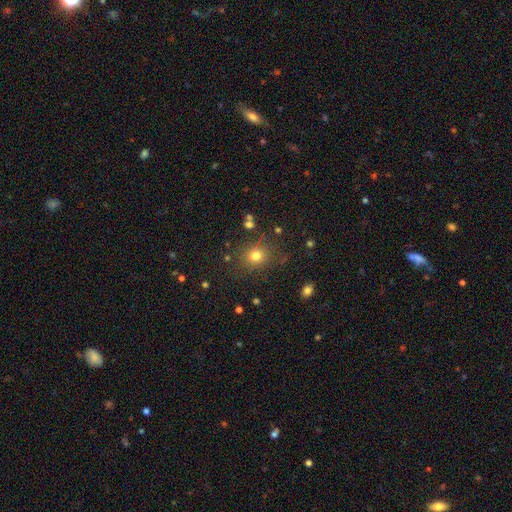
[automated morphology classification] The model was most divided on "how rounded": round: 75%, in between: 24%, cigar-shaped: 1%. More confident: merging — none (81%); smooth or featured — smooth (76%).